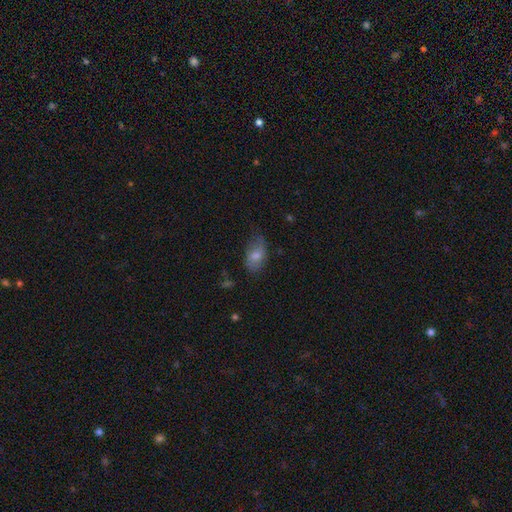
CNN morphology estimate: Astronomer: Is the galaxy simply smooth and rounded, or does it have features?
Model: smooth — 63%.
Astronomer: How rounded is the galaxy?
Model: in between — 88%.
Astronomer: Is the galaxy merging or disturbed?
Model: none — 62%.